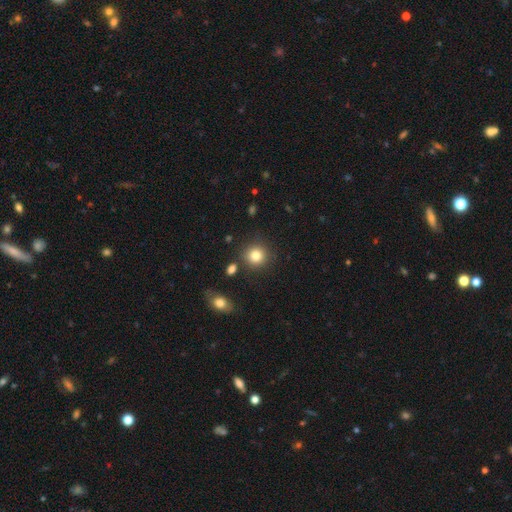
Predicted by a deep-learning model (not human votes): Morphology: type=smooth (83%); roundness=round (90%); merging=none (83%).